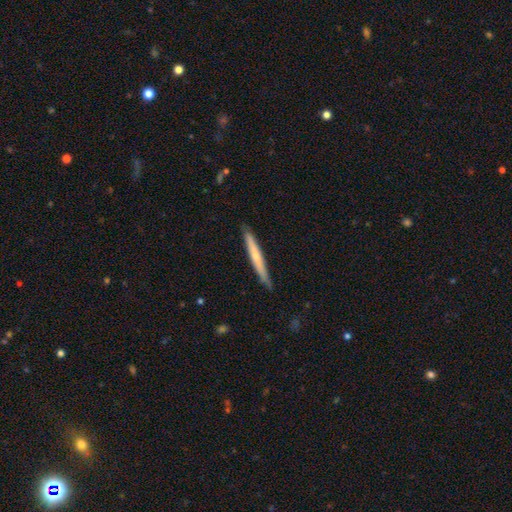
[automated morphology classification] smooth_or_featured: smooth (p=0.50) [alt: featured or disk p=0.45]
merging: none (p=0.87) [alt: minor disturbance p=0.10]